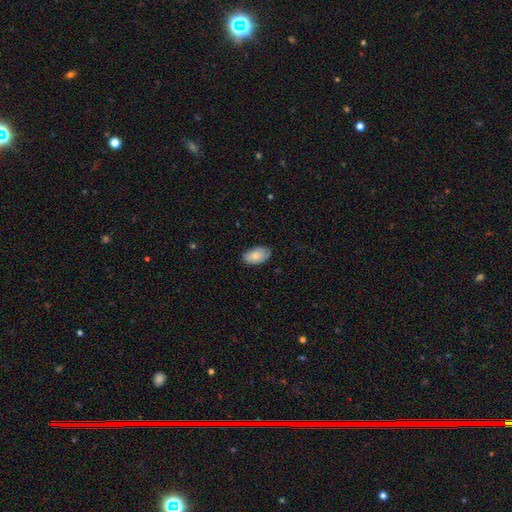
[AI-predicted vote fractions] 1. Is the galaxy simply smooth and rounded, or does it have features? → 79% smooth, 14% featured or disk, 6% star or artifact.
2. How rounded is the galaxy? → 94% in between, 4% round, 2% cigar-shaped.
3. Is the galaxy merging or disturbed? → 83% none, 13% minor disturbance, 2% major disturbance, 1% merger.